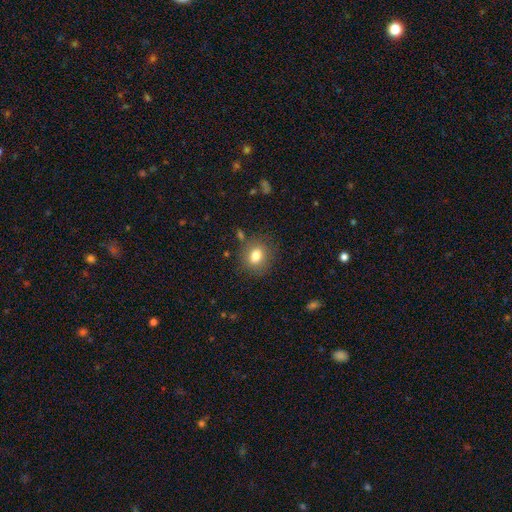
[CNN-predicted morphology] smooth_or_featured: smooth (p=0.79) [alt: star or artifact p=0.11]
how_rounded: round (p=0.60) [alt: in between p=0.39]
merging: none (p=0.83) [alt: minor disturbance p=0.11]